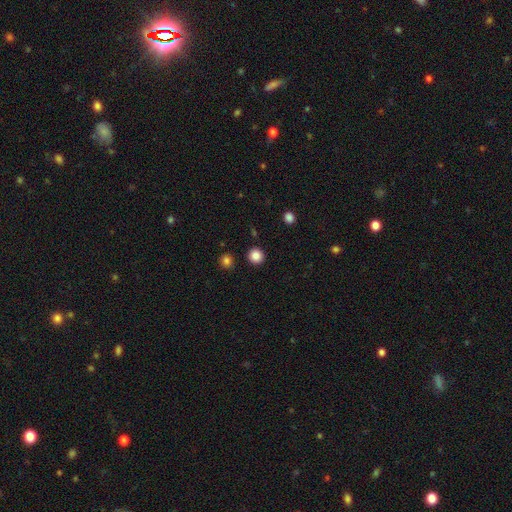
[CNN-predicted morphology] Q: Smooth or featured?
A: smooth (86%); runner-up: star or artifact (11%)
Q: How rounded?
A: round (93%); runner-up: in between (6%)
Q: Merging?
A: none (91%); runner-up: minor disturbance (5%)